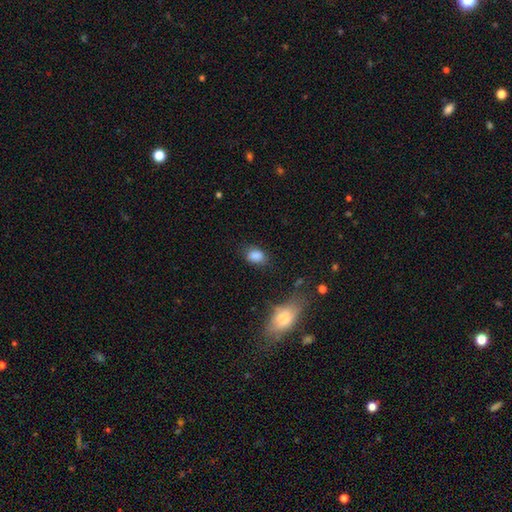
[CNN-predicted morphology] This appears to be a smooth galaxy with no disk features (85%) that is in between round and cigar-shaped (76%). Merging: none (75%).